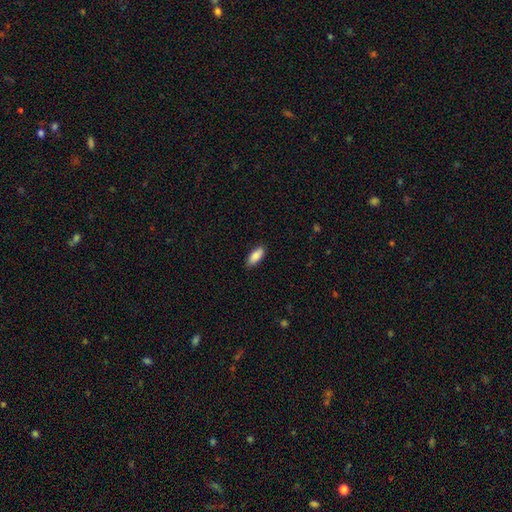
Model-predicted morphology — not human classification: This appears to be a smooth galaxy with no disk features (88%) that is in between round and cigar-shaped (82%). Merging: none (87%).